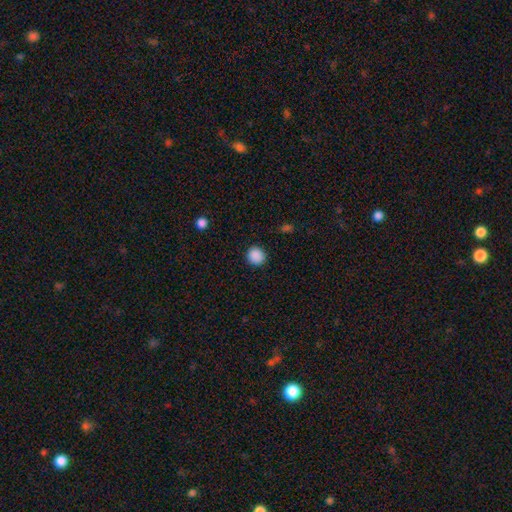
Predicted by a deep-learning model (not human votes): Smooth or featured? smooth (89%)
How rounded? round (88%)
Merging? none (90%)